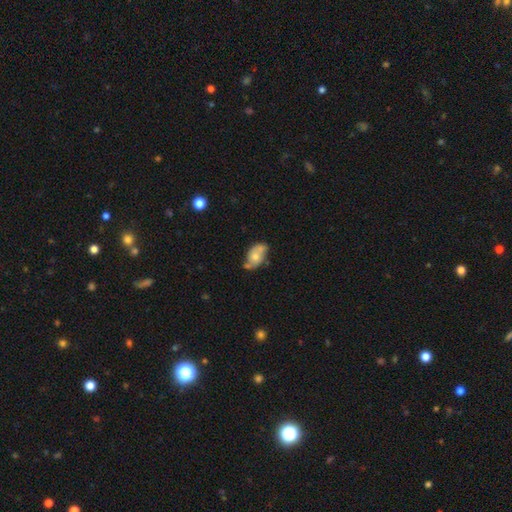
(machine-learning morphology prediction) The model was most divided on "smooth or featured": smooth: 48%, featured or disk: 45%, star or artifact: 7%. More confident: merging — none (51%).